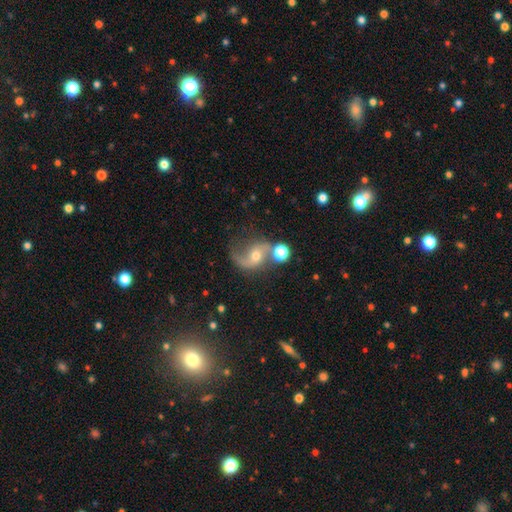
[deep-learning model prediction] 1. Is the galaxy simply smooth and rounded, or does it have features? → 80% featured or disk, 10% smooth, 10% star or artifact.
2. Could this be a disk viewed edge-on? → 97% no, 3% yes.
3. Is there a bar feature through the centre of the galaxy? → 55% no, 32% weak, 13% strong.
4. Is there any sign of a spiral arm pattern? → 95% yes, 5% no.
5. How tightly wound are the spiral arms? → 69% loose, 26% medium, 5% tight.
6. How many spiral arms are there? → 84% 2, 11% 1, 3% can't tell, 1% 3, 1% 4, 1% more than 4.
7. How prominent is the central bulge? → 56% moderate, 38% small, 4% large, 2% none, 1% dominant.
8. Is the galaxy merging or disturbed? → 58% none, 16% minor disturbance, 14% merger, 12% major disturbance.